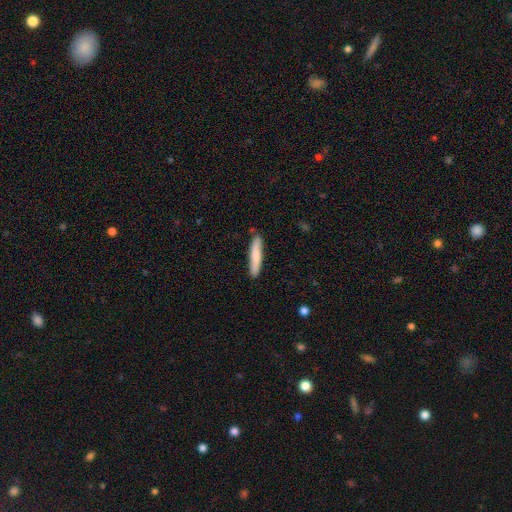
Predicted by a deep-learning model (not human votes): Smooth or featured? Predicted: smooth (p=0.73). How rounded? Predicted: cigar-shaped (p=0.92). Merging? Predicted: none (p=0.86).